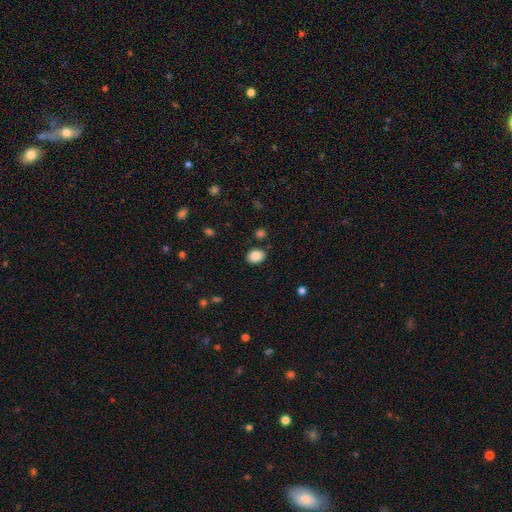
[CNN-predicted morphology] smooth-or-featured: smooth: 86% | star or artifact: 9% | featured or disk: 6%
  how-rounded: in between: 66% | round: 33% | cigar-shaped: 1%
  merging: none: 84% | minor disturbance: 10% | merger: 3% | major disturbance: 3%